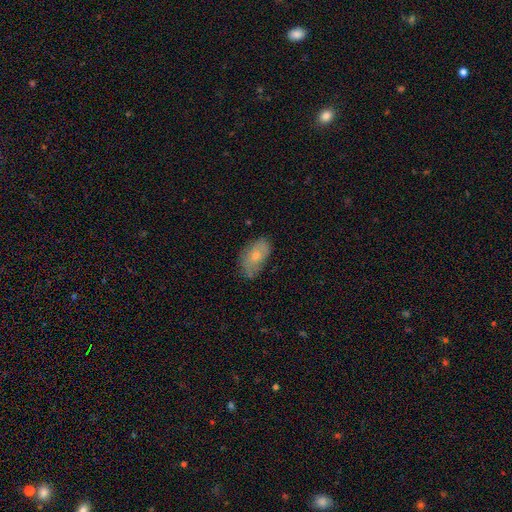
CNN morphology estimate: The model was most divided on "merging": none: 65%, minor disturbance: 27%, major disturbance: 6%, merger: 2%. More confident: how rounded — in between (92%); smooth or featured — smooth (67%).